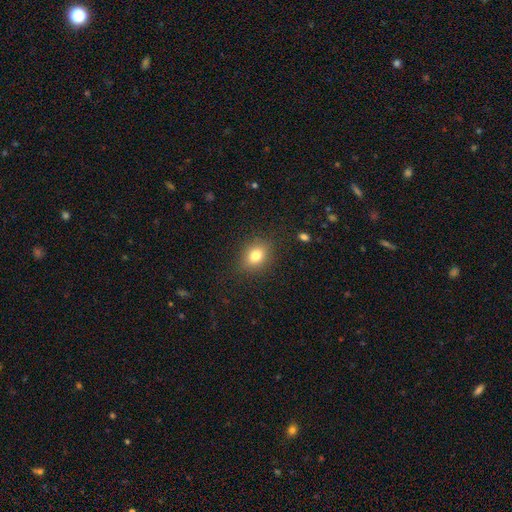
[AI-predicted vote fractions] smooth-or-featured: smooth: 79% | star or artifact: 11% | featured or disk: 10%
  how-rounded: in between: 55% | round: 43% | cigar-shaped: 2%
  merging: none: 85% | minor disturbance: 10% | major disturbance: 3% | merger: 1%